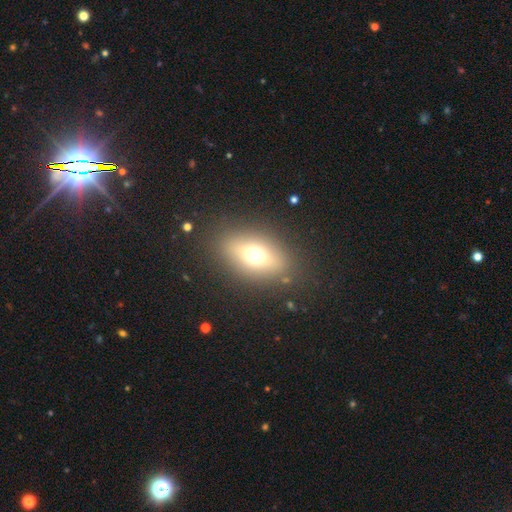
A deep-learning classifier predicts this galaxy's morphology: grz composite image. It shows a smooth galaxy with no disk features (55%) that is in between round and cigar-shaped (75%). Merging: none (86%).